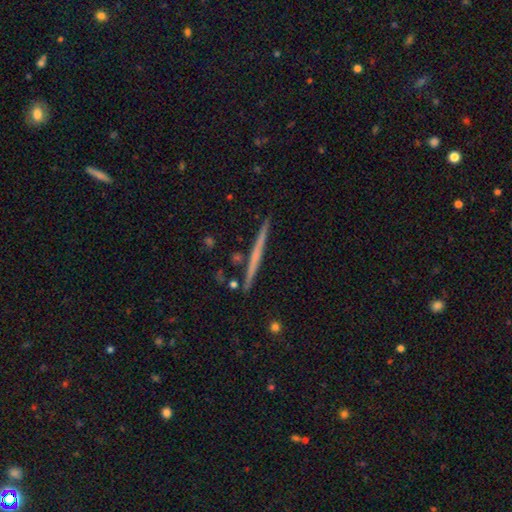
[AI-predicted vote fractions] smooth_or_featured: featured or disk (p=0.59) [alt: smooth p=0.35]
disk_edge_on: yes (p=0.98) [alt: no p=0.02]
edge_on_bulge: none (p=0.85) [alt: rounded p=0.11]
merging: none (p=0.91) [alt: minor disturbance p=0.06]